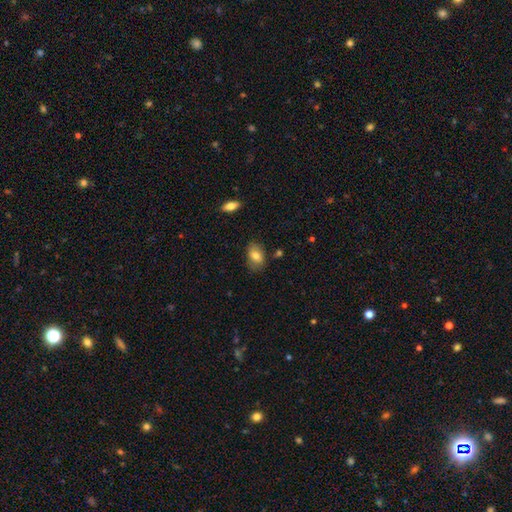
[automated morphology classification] Smooth or featured? Predicted: smooth (p=0.78). How rounded? Predicted: in between (p=0.88). Merging? Predicted: none (p=0.75).